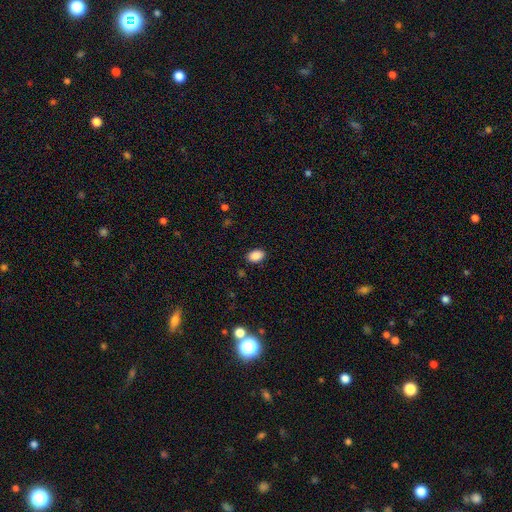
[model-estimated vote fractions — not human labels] A smooth galaxy with no disk features (89%) that is in between round and cigar-shaped (85%). Merging: none (87%).